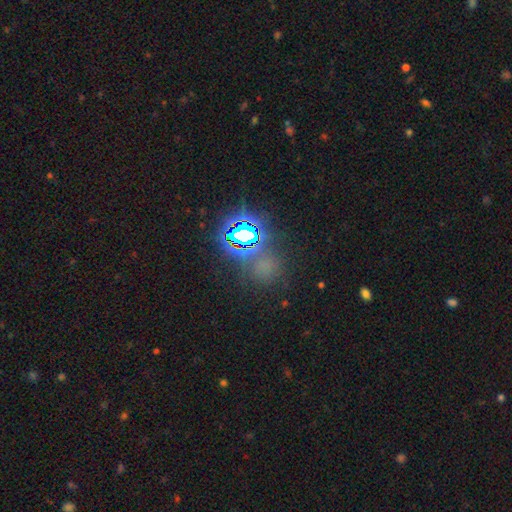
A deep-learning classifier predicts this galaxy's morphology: A star or artifact, not a galaxy (78%).

Vote fractions:
- Smooth or featured? star or artifact: 78% / smooth: 15% / featured or disk: 7%